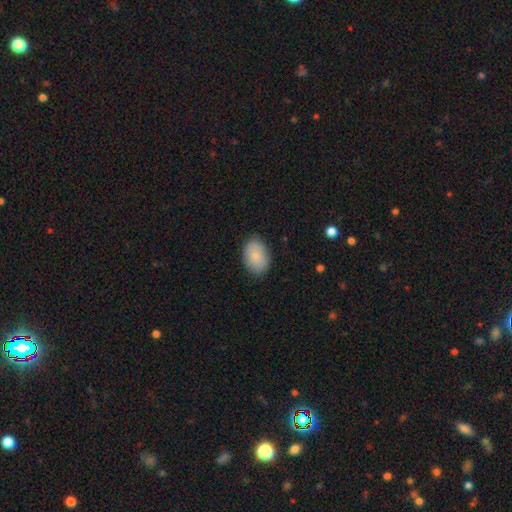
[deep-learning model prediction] A smooth galaxy with no disk features (84%) that is in between round and cigar-shaped (81%). Merging: none (84%).